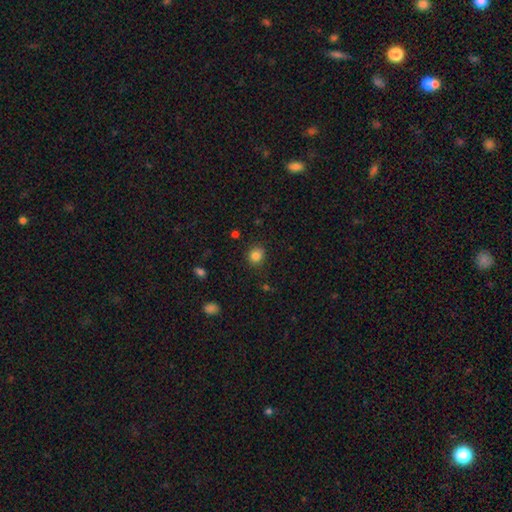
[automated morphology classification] smooth 83%, star or artifact 11%, featured or disk 5%. Down the decision tree: how rounded — round (80%); merging — none (86%).